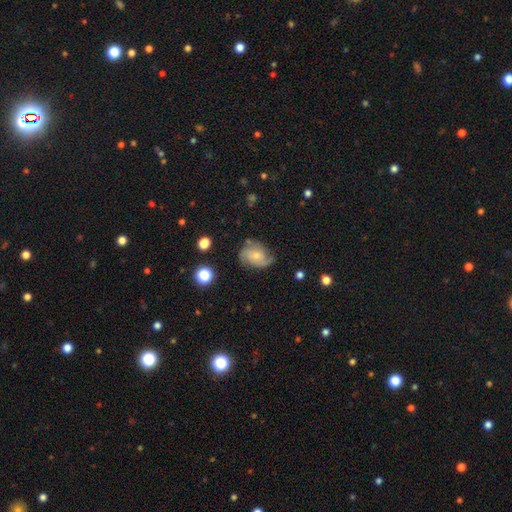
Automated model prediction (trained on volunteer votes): Q: Smooth or featured?
A: featured or disk (56%); runner-up: smooth (35%)
Q: Edge-on disk?
A: no (96%); runner-up: yes (4%)
Q: Bar?
A: no (72%); runner-up: weak (24%)
Q: Spiral arms?
A: yes (86%); runner-up: no (14%)
Q: Bulge size?
A: small (59%); runner-up: moderate (32%)
Q: Merging?
A: none (56%); runner-up: minor disturbance (29%)